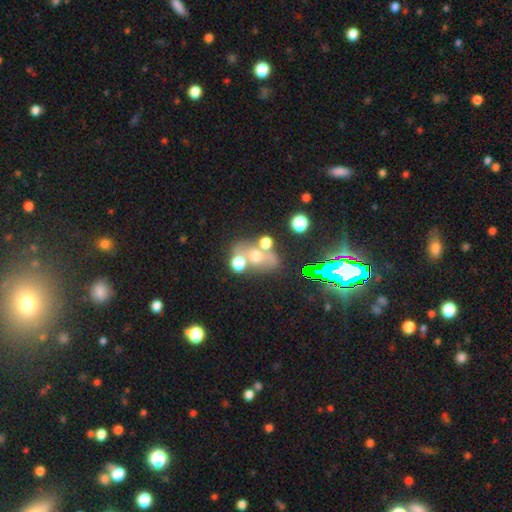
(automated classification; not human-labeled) smooth-or-featured: smooth: 49% | star or artifact: 26% | featured or disk: 25%
  merging: none: 43% | merger: 40% | minor disturbance: 11% | major disturbance: 7%